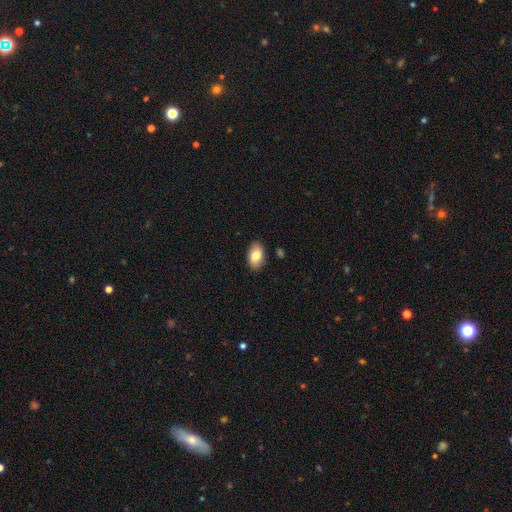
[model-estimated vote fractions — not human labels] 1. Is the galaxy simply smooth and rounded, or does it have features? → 82% smooth, 11% featured or disk, 7% star or artifact.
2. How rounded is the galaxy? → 93% in between, 6% round, 1% cigar-shaped.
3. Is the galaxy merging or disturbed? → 87% none, 9% minor disturbance, 2% major disturbance, 2% merger.